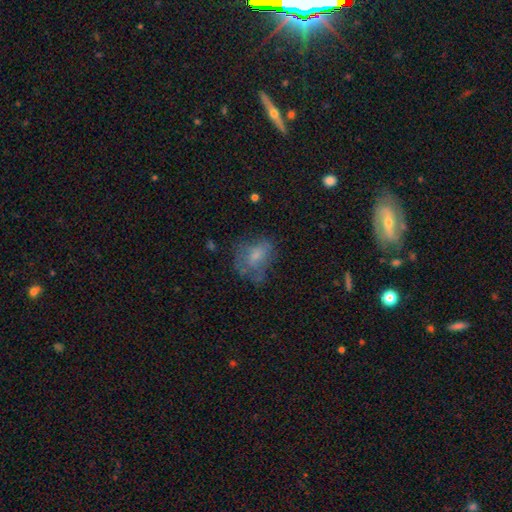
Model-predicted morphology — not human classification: type=smooth (57%); roundness=in between (65%); merging=none (44%).